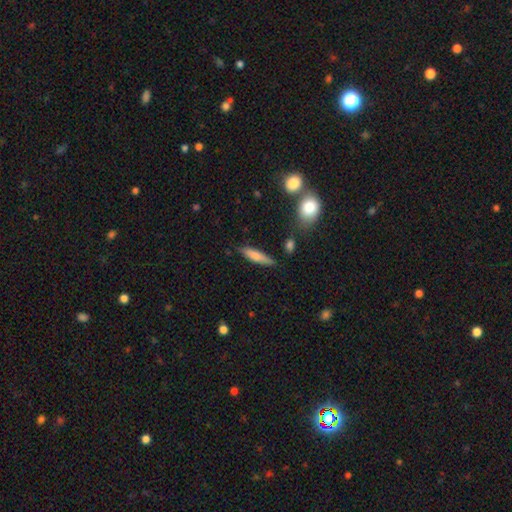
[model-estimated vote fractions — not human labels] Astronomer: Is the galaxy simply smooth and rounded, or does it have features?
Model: smooth — 69%.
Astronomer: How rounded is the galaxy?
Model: cigar-shaped — 76%.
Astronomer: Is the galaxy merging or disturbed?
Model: none — 80%.